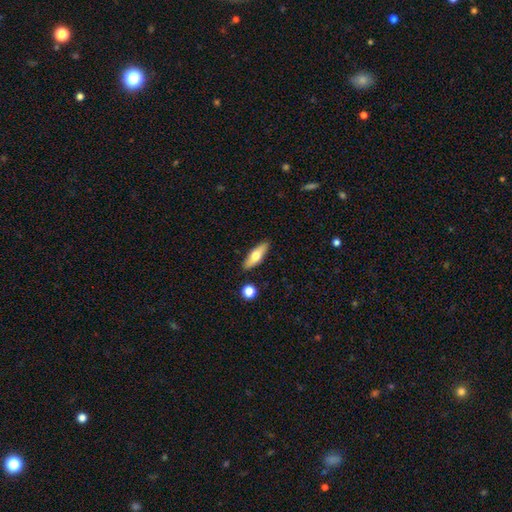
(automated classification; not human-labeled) smooth-or-featured: smooth: 62% | featured or disk: 32% | star or artifact: 6%
  how-rounded: in between: 52% | cigar-shaped: 45% | round: 3%
  merging: none: 87% | minor disturbance: 9% | merger: 3% | major disturbance: 2%